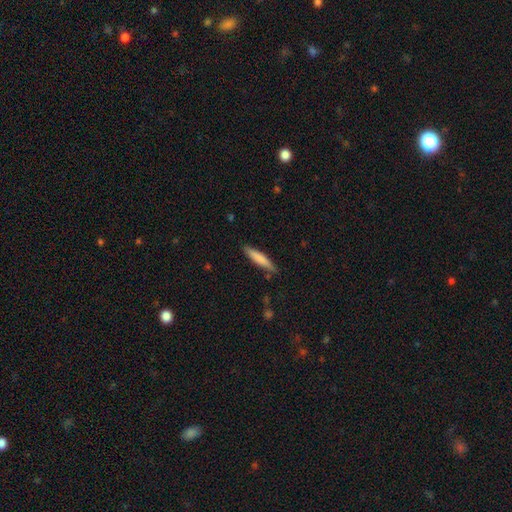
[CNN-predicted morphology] Q: Smooth or featured?
A: smooth (76%); runner-up: featured or disk (18%)
Q: How rounded?
A: cigar-shaped (88%); runner-up: in between (11%)
Q: Merging?
A: none (86%); runner-up: minor disturbance (10%)